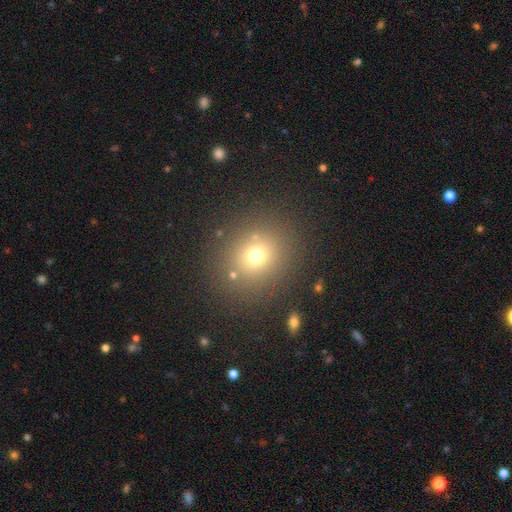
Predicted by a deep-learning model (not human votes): Smooth or featured: smooth — 70% (star or artifact — 19%)
How rounded: round — 78% (in between — 21%)
Merging: none — 82% (minor disturbance — 8%)